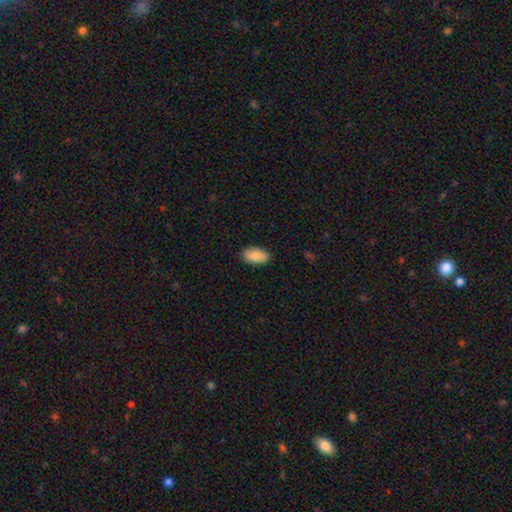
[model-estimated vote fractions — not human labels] smooth_or_featured: smooth (p=0.86) [alt: featured or disk p=0.08]
how_rounded: in between (p=0.93) [alt: cigar-shaped p=0.03]
merging: none (p=0.87) [alt: minor disturbance p=0.10]